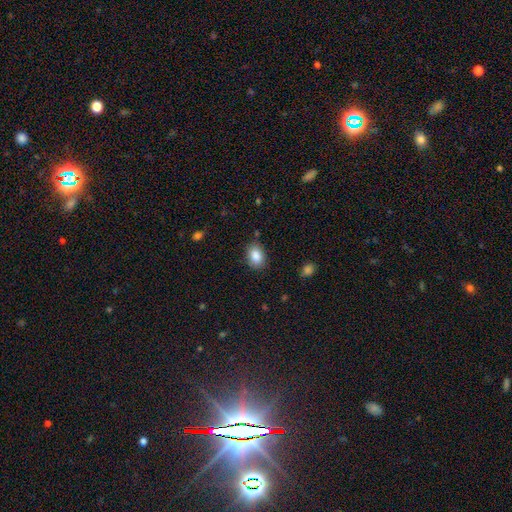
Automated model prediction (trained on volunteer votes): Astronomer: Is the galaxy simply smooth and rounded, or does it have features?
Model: smooth — 86%.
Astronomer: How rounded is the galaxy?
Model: in between — 74%.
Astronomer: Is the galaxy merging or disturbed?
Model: none — 80%.